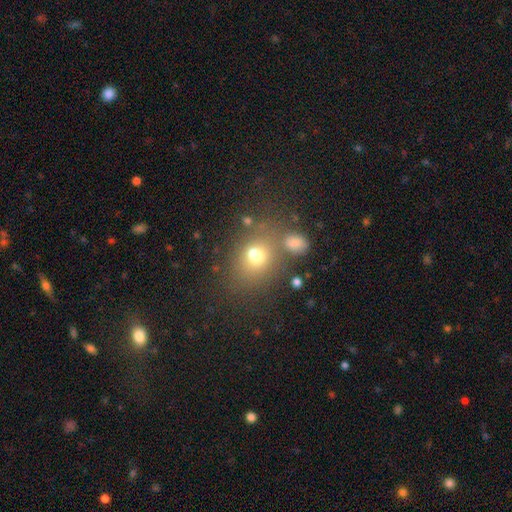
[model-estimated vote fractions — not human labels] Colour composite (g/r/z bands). It shows a smooth galaxy with no disk features (67%) that is round (49%, tied with in between). Merging: none (46%).